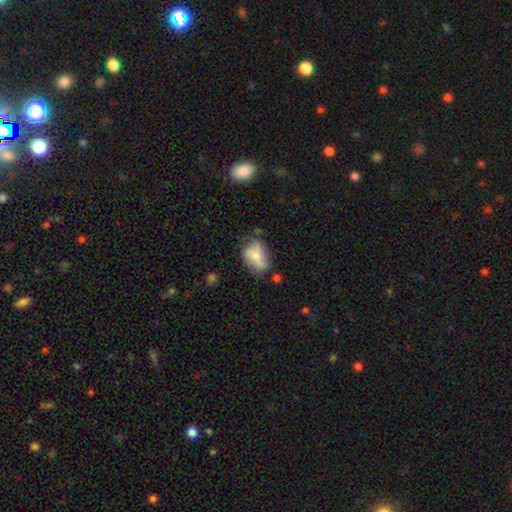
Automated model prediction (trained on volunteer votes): Smooth or featured: smooth — 60% (featured or disk — 31%)
How rounded: in between — 81% (round — 16%)
Merging: none — 47% (minor disturbance — 32%)